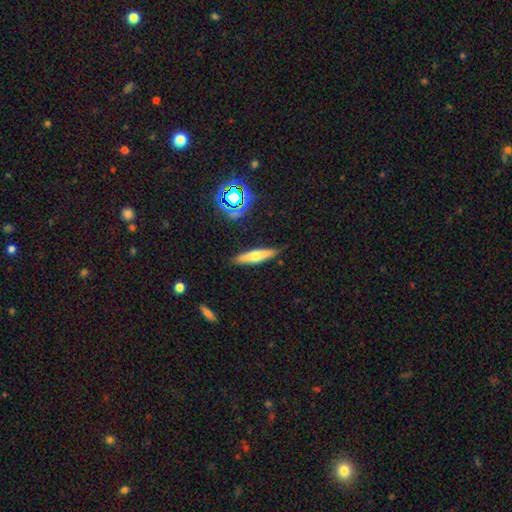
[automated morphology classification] smooth_or_featured: smooth (p=0.55) [alt: featured or disk p=0.36]
how_rounded: cigar-shaped (p=0.80) [alt: in between p=0.18]
merging: none (p=0.86) [alt: minor disturbance p=0.10]